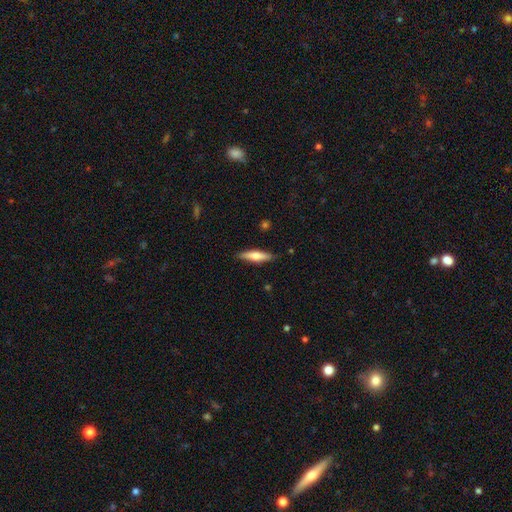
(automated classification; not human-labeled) Smooth or featured: smooth — 60% (featured or disk — 34%)
How rounded: cigar-shaped — 74% (in between — 24%)
Merging: none — 86% (minor disturbance — 10%)